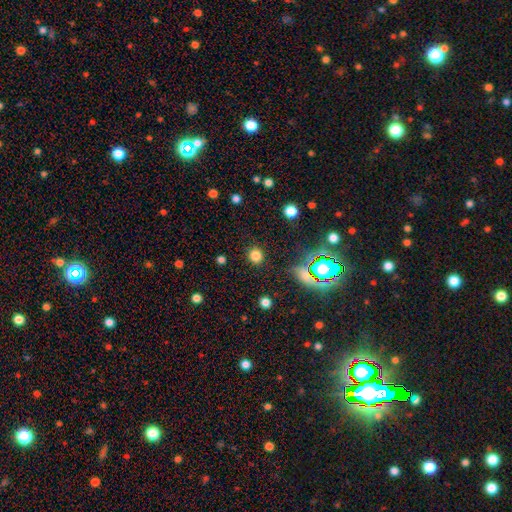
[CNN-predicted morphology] Overall: smooth (79%). How rounded: round (89%). Merging: none (89%).